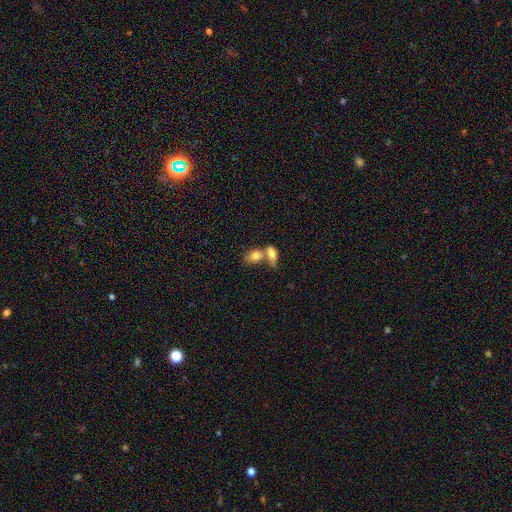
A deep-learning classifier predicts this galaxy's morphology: smooth 78%, featured or disk 15%, star or artifact 7%. Down the decision tree: how rounded — in between (82%); merging — merger (66%).